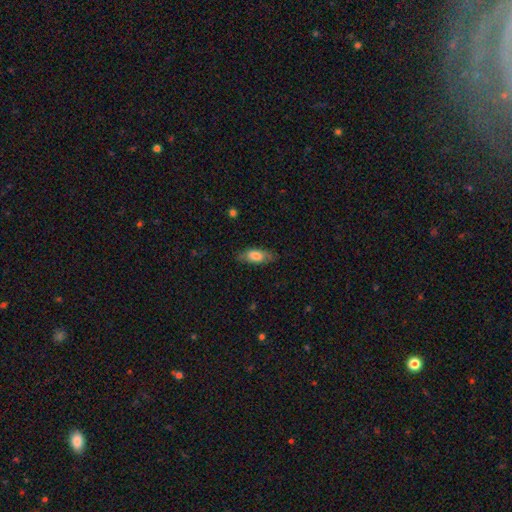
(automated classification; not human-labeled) The model was most divided on "smooth or featured": smooth: 74%, featured or disk: 20%, star or artifact: 6%. More confident: merging — none (78%); how rounded — in between (76%).